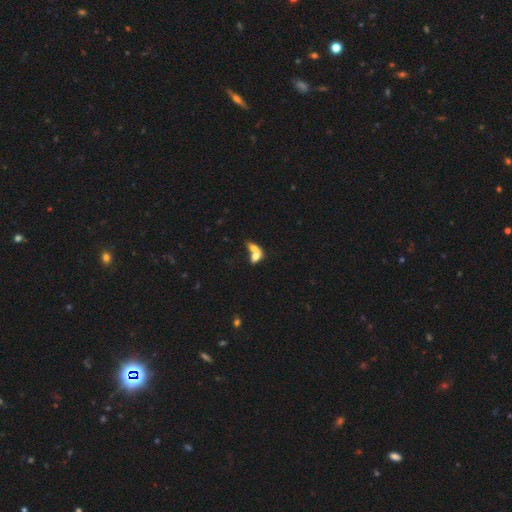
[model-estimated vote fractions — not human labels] A smooth galaxy with no disk features (68%) that is in between round and cigar-shaped (77%). Merging: merger (74%).